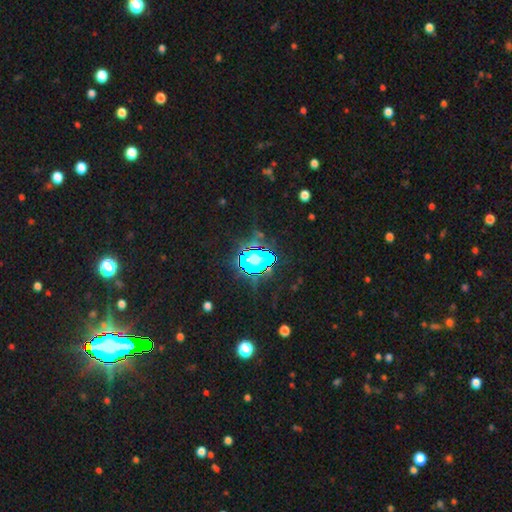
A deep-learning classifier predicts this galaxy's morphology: smooth_or_featured: star or artifact (p=0.59) [alt: smooth p=0.24]